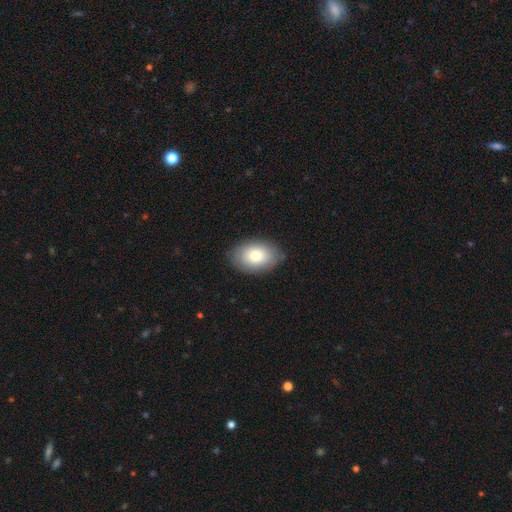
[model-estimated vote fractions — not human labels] Smooth or featured? smooth (78%)
How rounded? in between (85%)
Merging? none (83%)